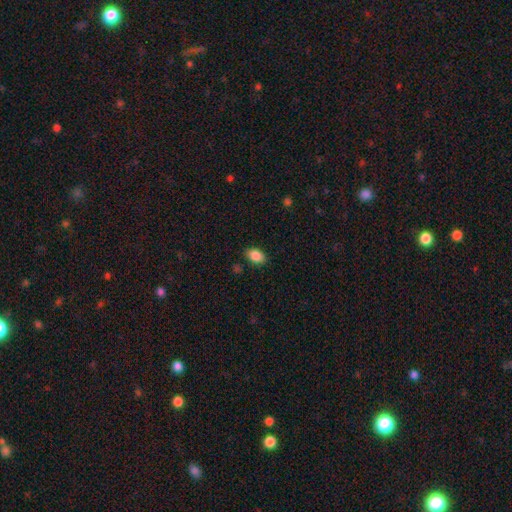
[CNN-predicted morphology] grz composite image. It shows a smooth galaxy with no disk features (87%) that is in between round and cigar-shaped (86%). Merging: none (85%).